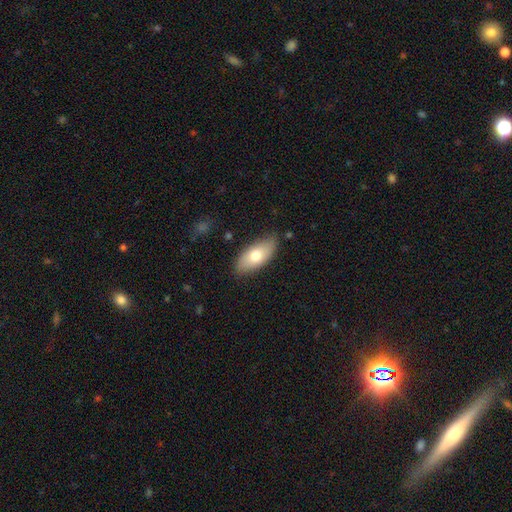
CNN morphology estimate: Smooth or featured: smooth — 71% (featured or disk — 23%)
How rounded: in between — 89% (cigar-shaped — 9%)
Merging: none — 82% (minor disturbance — 14%)